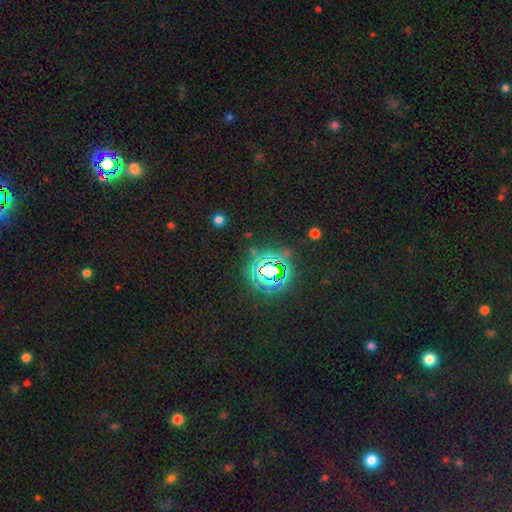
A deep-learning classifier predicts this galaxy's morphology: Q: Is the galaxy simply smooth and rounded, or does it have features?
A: star or artifact — 58%.